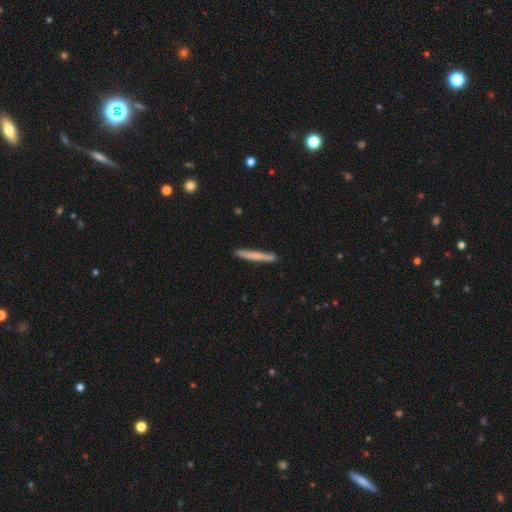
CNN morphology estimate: Smooth or featured: smooth — 69% (featured or disk — 26%)
How rounded: cigar-shaped — 96% (in between — 2%)
Merging: none — 89% (minor disturbance — 8%)